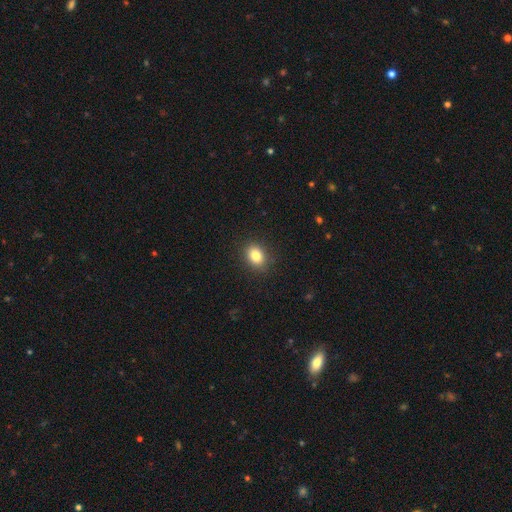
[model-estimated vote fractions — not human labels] This is clearly a smooth galaxy (83%). How rounded: likely in between (60%). Merging: clearly none (88%).